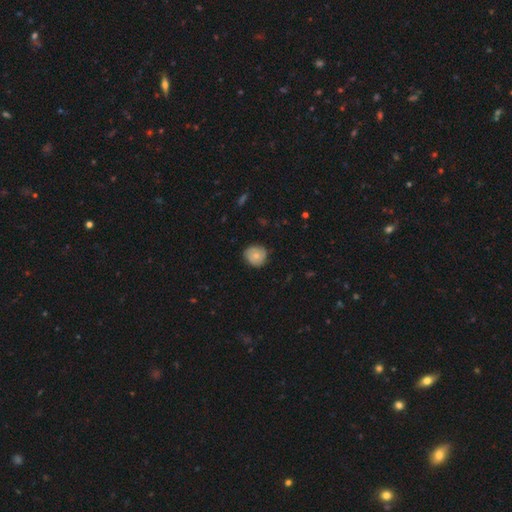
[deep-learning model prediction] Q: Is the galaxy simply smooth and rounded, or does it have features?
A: smooth — 61%.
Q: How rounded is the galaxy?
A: round — 85%.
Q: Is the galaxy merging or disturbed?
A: none — 75%.